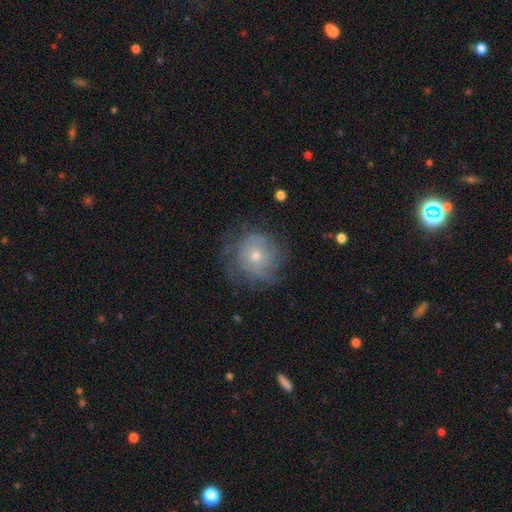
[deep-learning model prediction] The model was most divided on "smooth or featured": featured or disk: 50%, smooth: 39%, star or artifact: 10%. More confident: edge-on disk — no (97%); merging — none (65%).